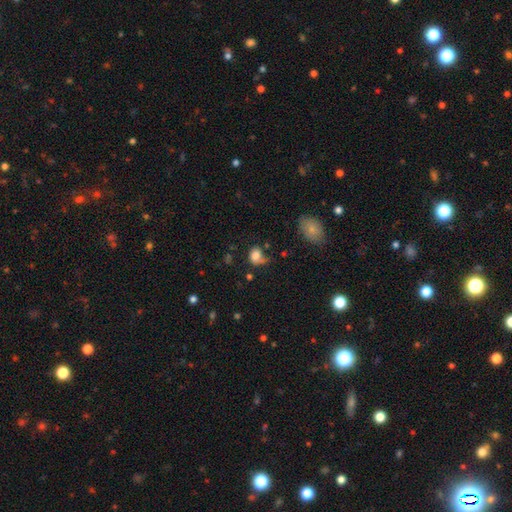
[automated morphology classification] Q: Smooth or featured?
A: smooth (78%); runner-up: featured or disk (11%)
Q: How rounded?
A: round (55%); runner-up: in between (43%)
Q: Merging?
A: none (41%); runner-up: minor disturbance (29%)